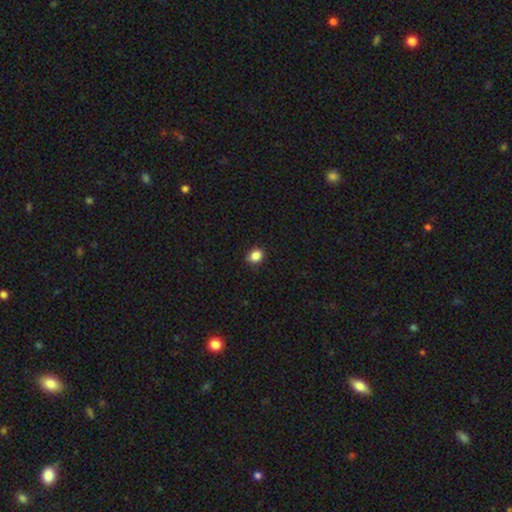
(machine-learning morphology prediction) A smooth galaxy with no disk features (86%) that is round (53%). Merging: none (87%).